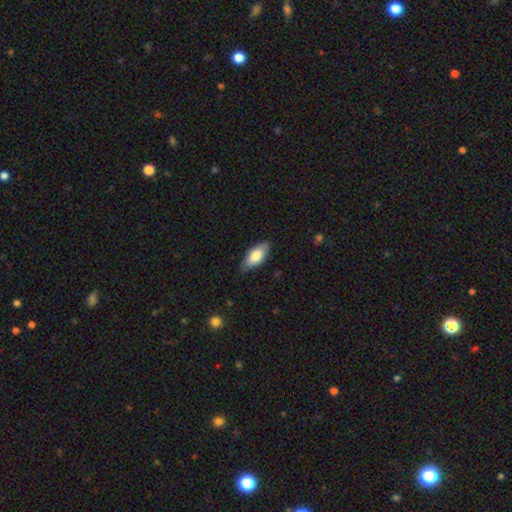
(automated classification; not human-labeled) Smooth or featured? smooth (76%)
How rounded? in between (84%)
Merging? none (82%)